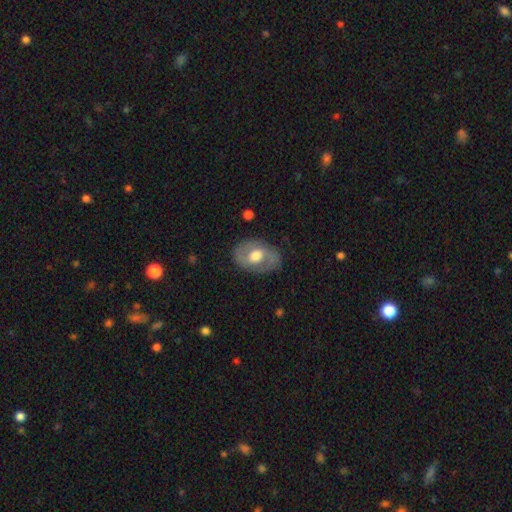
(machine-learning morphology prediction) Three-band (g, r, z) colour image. It shows a featured or disk galaxy (64%) with no bar (58%), spiral arms (61%) and a moderate central bulge (50%). Merging: none (79%).